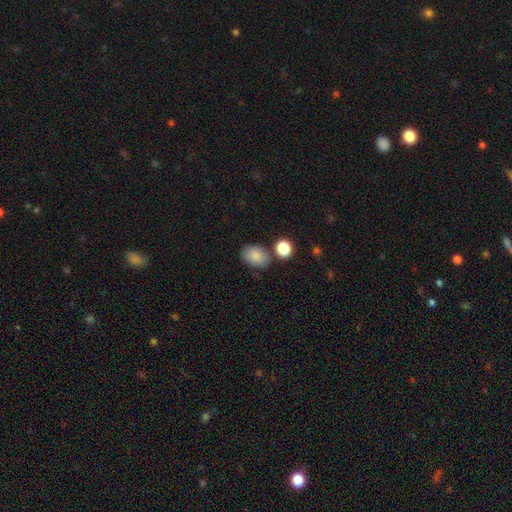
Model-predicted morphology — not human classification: A smooth galaxy with no disk features (86%) that is in between round and cigar-shaped (78%).

Vote fractions:
- Smooth or featured? smooth: 86% / star or artifact: 8% / featured or disk: 6%
- How rounded? in between: 78% / round: 21% / cigar-shaped: 1%
- Merging? none: 73% / minor disturbance: 13% / merger: 10% / major disturbance: 3%